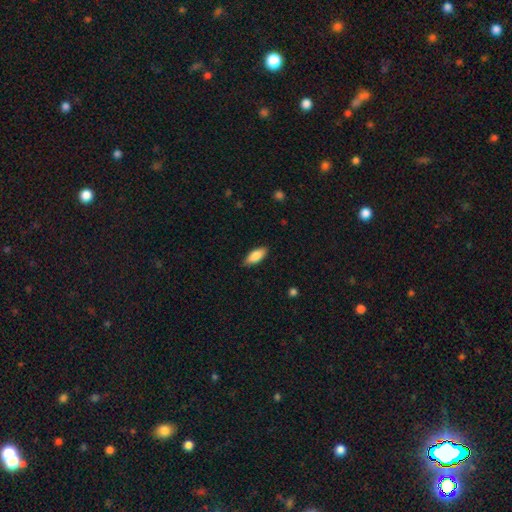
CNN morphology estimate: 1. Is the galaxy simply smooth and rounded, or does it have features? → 85% smooth, 9% featured or disk, 6% star or artifact.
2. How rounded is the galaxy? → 81% in between, 17% cigar-shaped, 2% round.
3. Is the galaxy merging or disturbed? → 85% none, 12% minor disturbance, 2% major disturbance, 1% merger.